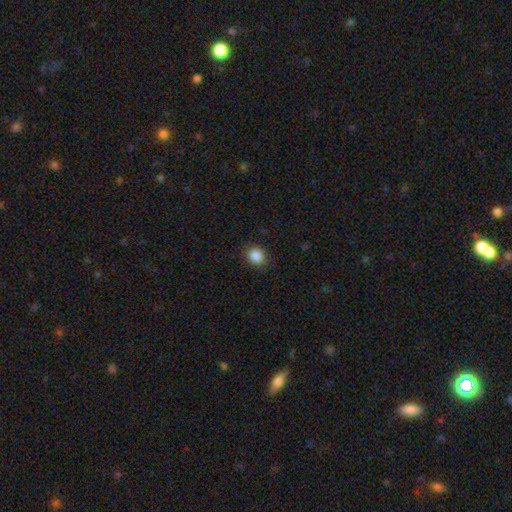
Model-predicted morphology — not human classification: The model was most divided on "how rounded": round: 73%, in between: 26%, cigar-shaped: 1%. More confident: merging — none (89%); smooth or featured — smooth (87%).